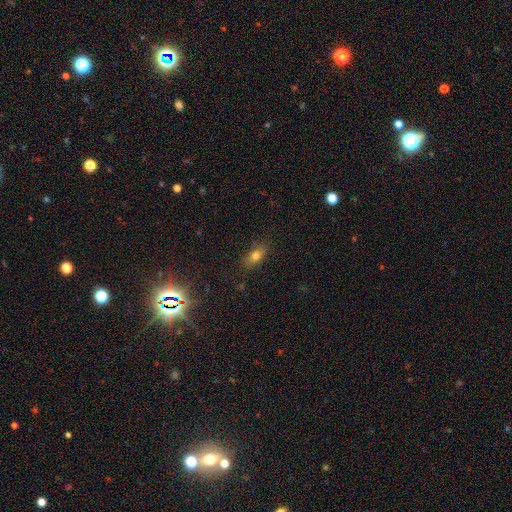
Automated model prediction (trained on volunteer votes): Smooth or featured?
  - smooth: 75% *
  - star or artifact: 14%
  - featured or disk: 11%
How rounded?
  - in between: 80% *
  - round: 13%
  - cigar-shaped: 7%
Merging?
  - none: 81% *
  - minor disturbance: 14%
  - major disturbance: 4%
  - merger: 2%